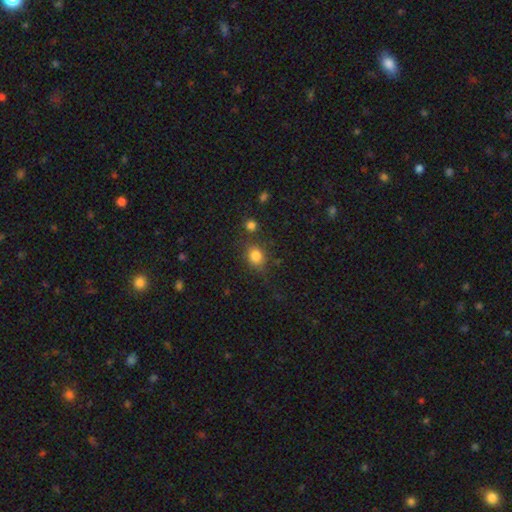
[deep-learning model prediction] Smooth or featured? Predicted: smooth (p=0.82). How rounded? Predicted: round (p=0.61). Merging? Predicted: none (p=0.71).